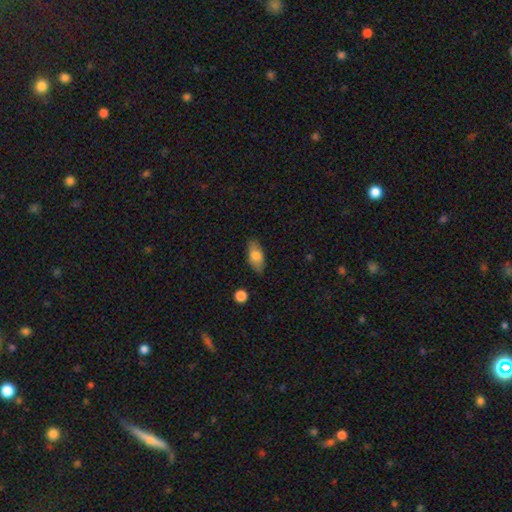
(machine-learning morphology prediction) This appears to be a smooth galaxy with no disk features (73%) that is in between round and cigar-shaped (85%). Merging: none (82%).